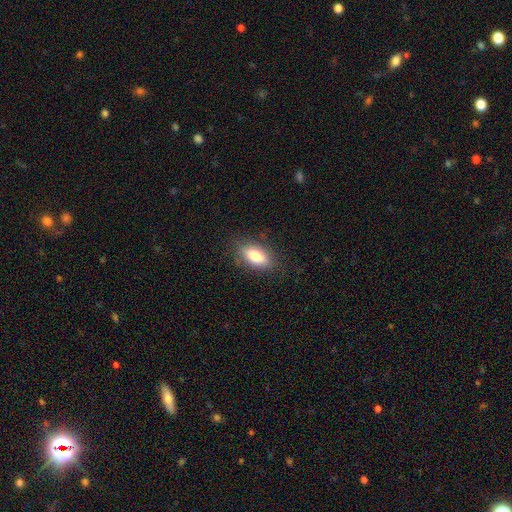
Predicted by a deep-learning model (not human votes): Smooth or featured? Predicted: smooth (p=0.77). How rounded? Predicted: in between (p=0.83). Merging? Predicted: none (p=0.81).